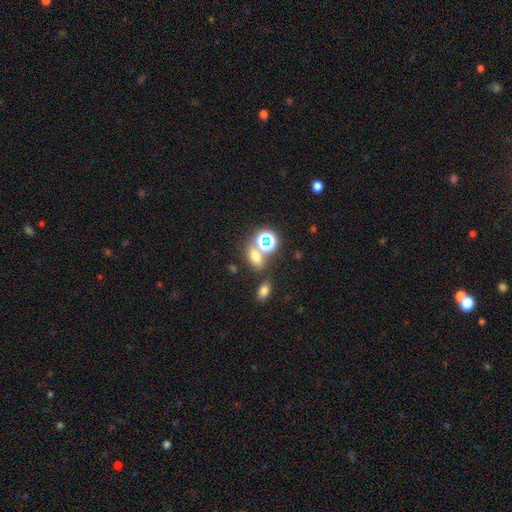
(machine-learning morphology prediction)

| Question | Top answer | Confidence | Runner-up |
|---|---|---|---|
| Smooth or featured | smooth | 59% | star or artifact (31%) |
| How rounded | in between | 67% | round (29%) |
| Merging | none | 63% | merger (21%) |